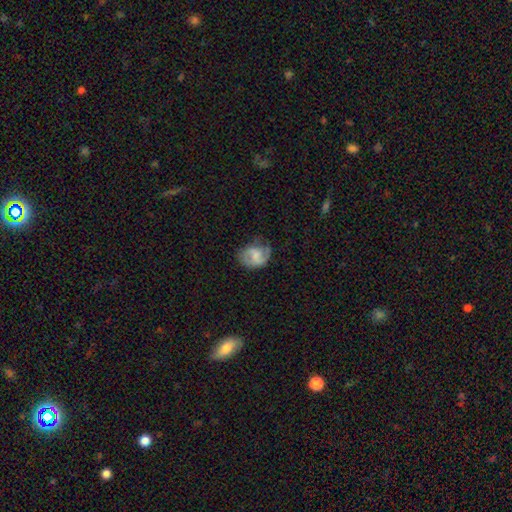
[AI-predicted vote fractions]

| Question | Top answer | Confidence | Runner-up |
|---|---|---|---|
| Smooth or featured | featured or disk | 53% | smooth (39%) |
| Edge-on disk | no | 97% | yes (3%) |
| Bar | no | 45% | weak (44%) |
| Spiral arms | yes | 82% | no (18%) |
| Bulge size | small | 33% | none (30%) |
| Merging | none | 55% | minor disturbance (28%) |